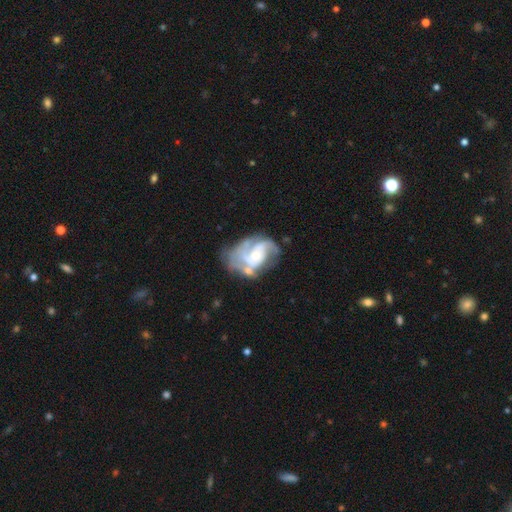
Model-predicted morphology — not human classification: Smooth or featured: featured or disk — 81% (smooth — 14%)
Edge-on disk: no — 98% (yes — 2%)
Bar: no — 66% (weak — 28%)
Spiral arms: yes — 88% (no — 12%)
Spiral winding: medium — 45% (tight — 33%)
Spiral arm count: 2 — 39% (can't tell — 23%)
Bulge size: small — 48% (moderate — 42%)
Merging: none — 38% (major disturbance — 26%)